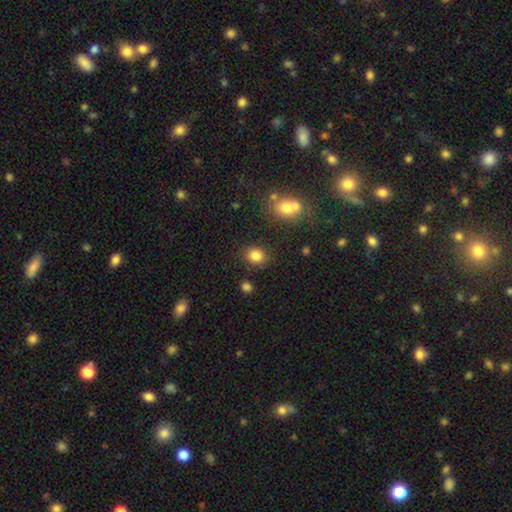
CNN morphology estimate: Q: Smooth or featured?
A: smooth (83%); runner-up: star or artifact (11%)
Q: How rounded?
A: round (68%); runner-up: in between (31%)
Q: Merging?
A: none (83%); runner-up: minor disturbance (9%)